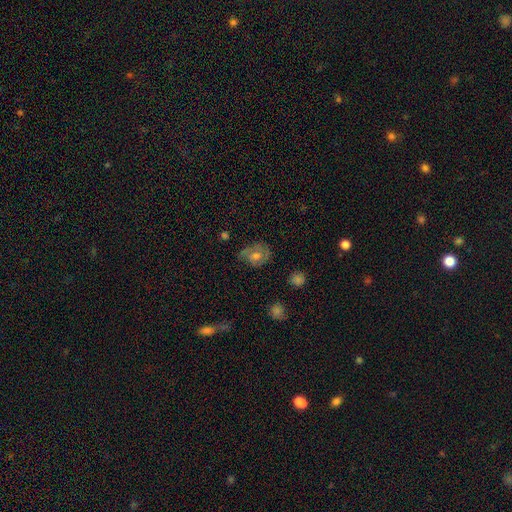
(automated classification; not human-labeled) Overall: featured or disk (51%; smooth 36%). Edge-on disk: no (95%). Merging: none (62%; minor disturbance 24%).